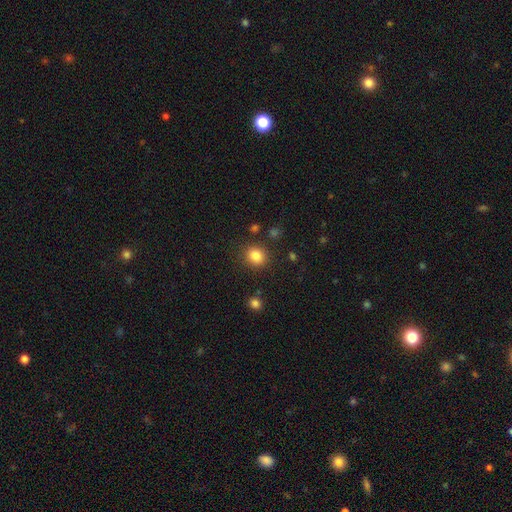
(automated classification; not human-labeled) Smooth or featured: smooth — 84% (star or artifact — 11%)
How rounded: round — 78% (in between — 21%)
Merging: none — 85% (minor disturbance — 8%)